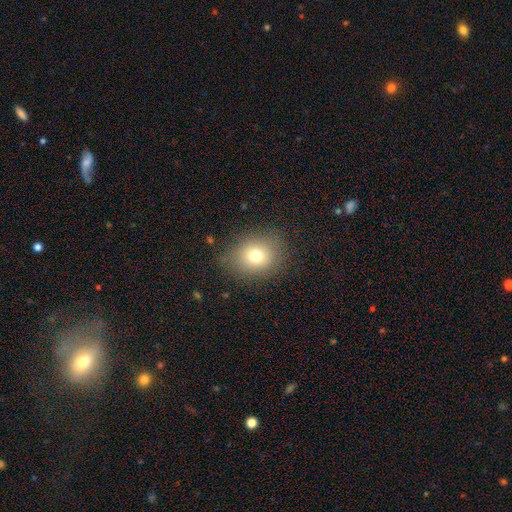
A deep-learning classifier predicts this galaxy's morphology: A smooth galaxy with no disk features (74%) that is round (63%). Merging: none (82%).